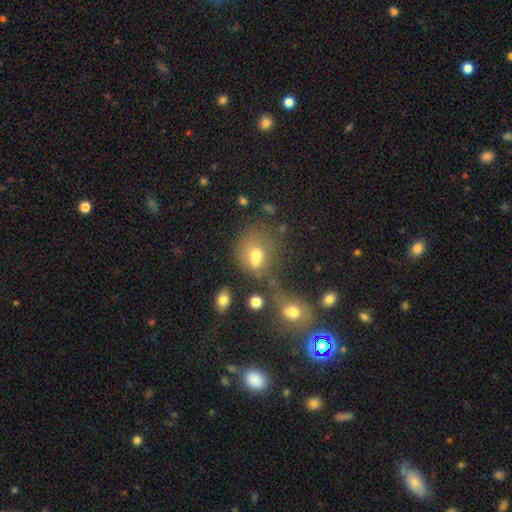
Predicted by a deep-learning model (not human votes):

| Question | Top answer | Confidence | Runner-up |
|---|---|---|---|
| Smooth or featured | smooth | 65% | star or artifact (18%) |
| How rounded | round | 51% | in between (48%) |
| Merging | merger | 35% | none (34%) |